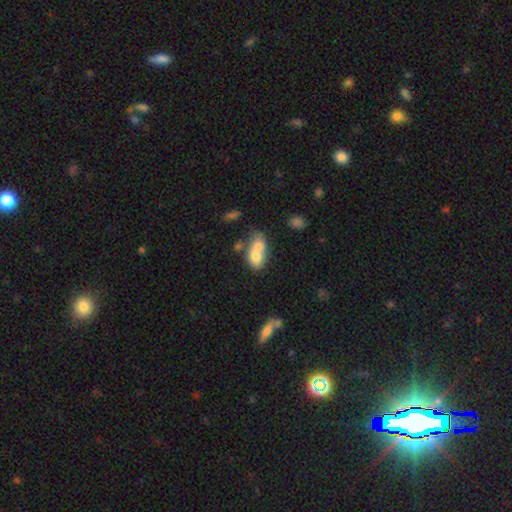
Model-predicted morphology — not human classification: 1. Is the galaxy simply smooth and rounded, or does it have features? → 72% smooth, 19% featured or disk, 9% star or artifact.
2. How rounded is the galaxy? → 83% in between, 13% round, 4% cigar-shaped.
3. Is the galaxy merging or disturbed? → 61% merger, 22% none, 11% minor disturbance, 6% major disturbance.